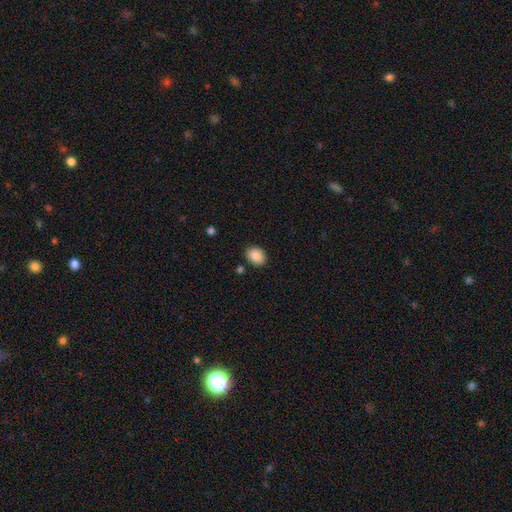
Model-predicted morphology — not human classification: A smooth galaxy with no disk features (89%) that is in between round and cigar-shaped (67%).

Vote fractions:
- Smooth or featured? smooth: 89% / star or artifact: 8% / featured or disk: 3%
- How rounded? in between: 67% / round: 32% / cigar-shaped: 1%
- Merging? none: 85% / minor disturbance: 10% / major disturbance: 2% / merger: 2%